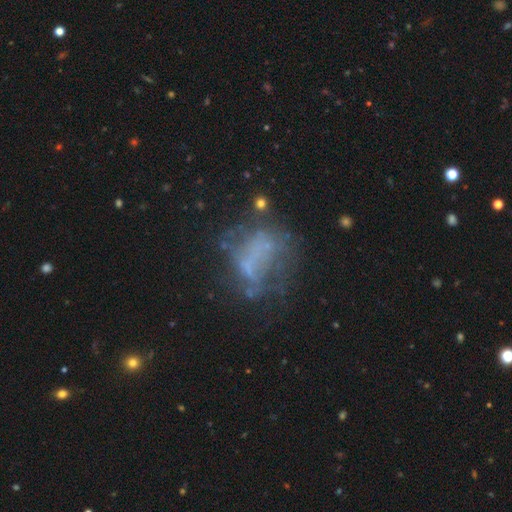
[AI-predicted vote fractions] Smooth or featured? featured or disk (51%)
Edge-on disk? no (97%)
Merging? none (41%)